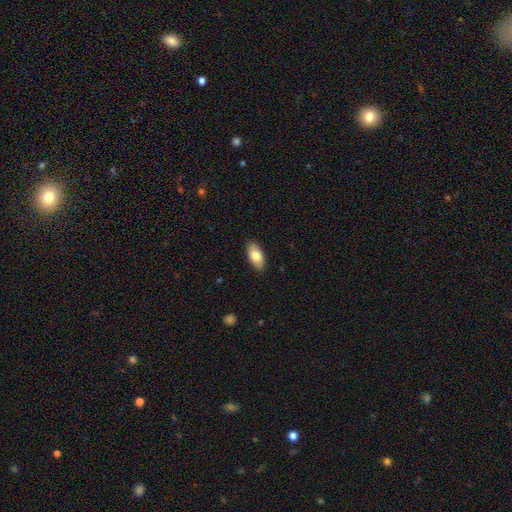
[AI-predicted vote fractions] Smooth or featured: smooth — 79% (featured or disk — 15%)
How rounded: in between — 91% (cigar-shaped — 7%)
Merging: none — 88% (minor disturbance — 9%)